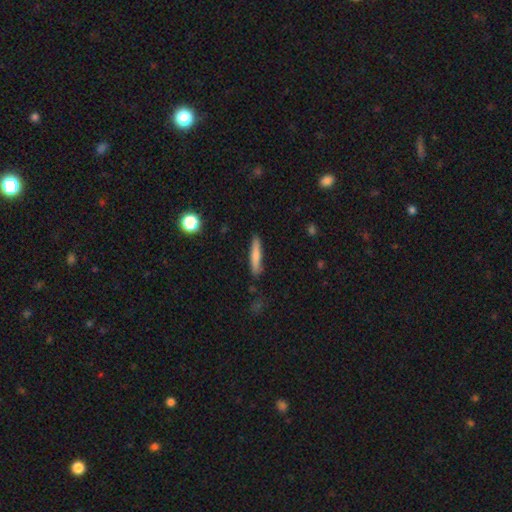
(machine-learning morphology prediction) Smooth or featured? smooth (72%)
How rounded? cigar-shaped (90%)
Merging? none (87%)